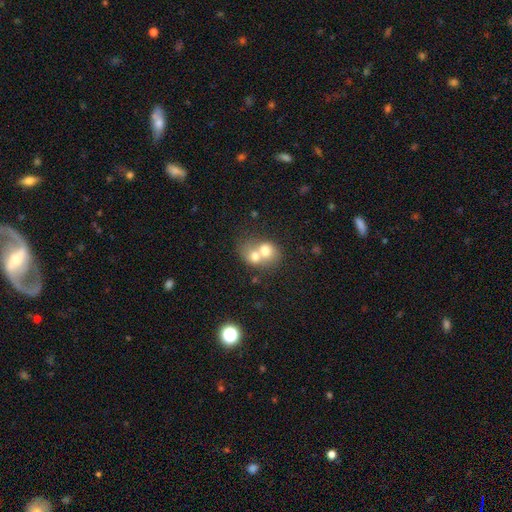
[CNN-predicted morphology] A smooth galaxy with no disk features (62%) that is round (62%). Merging: merger (70%).